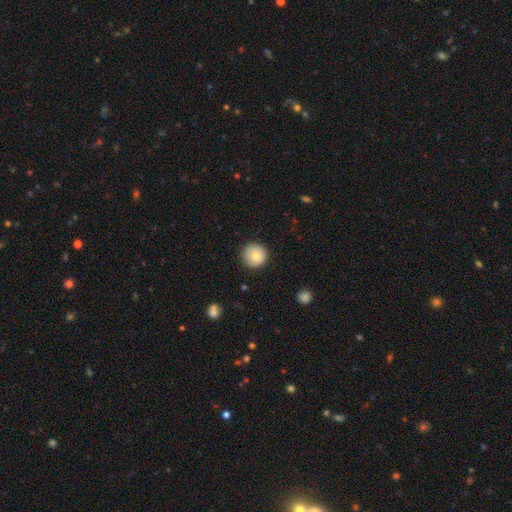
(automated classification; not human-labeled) The model was most divided on "smooth or featured": smooth: 83%, featured or disk: 9%, star or artifact: 8%. More confident: how rounded — round (95%); merging — none (88%).